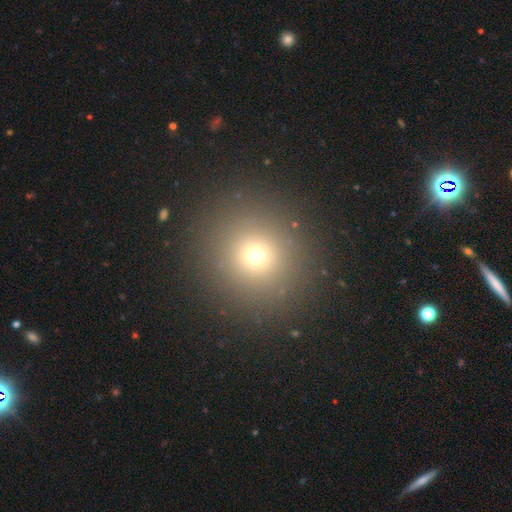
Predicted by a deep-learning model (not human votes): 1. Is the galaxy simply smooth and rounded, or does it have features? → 68% smooth, 23% star or artifact, 9% featured or disk.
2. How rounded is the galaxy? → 91% round, 8% in between, 1% cigar-shaped.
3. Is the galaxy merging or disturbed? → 90% none, 6% minor disturbance, 3% major disturbance, 1% merger.